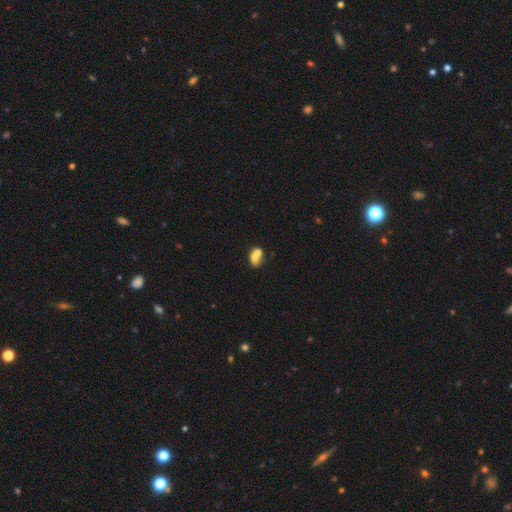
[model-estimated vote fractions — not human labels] smooth-or-featured: smooth: 68% | featured or disk: 22% | star or artifact: 10%
  how-rounded: in between: 65% | round: 34% | cigar-shaped: 2%
  merging: merger: 58% | none: 26% | minor disturbance: 10% | major disturbance: 5%